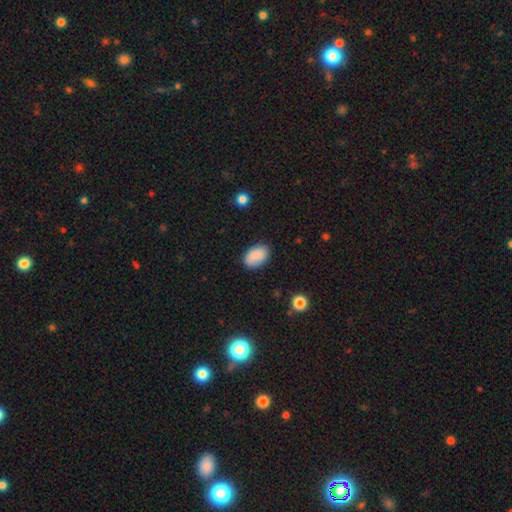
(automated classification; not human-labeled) The model was most divided on "merging": none: 83%, minor disturbance: 13%, major disturbance: 3%, merger: 1%. More confident: how rounded — in between (90%); smooth or featured — smooth (86%).